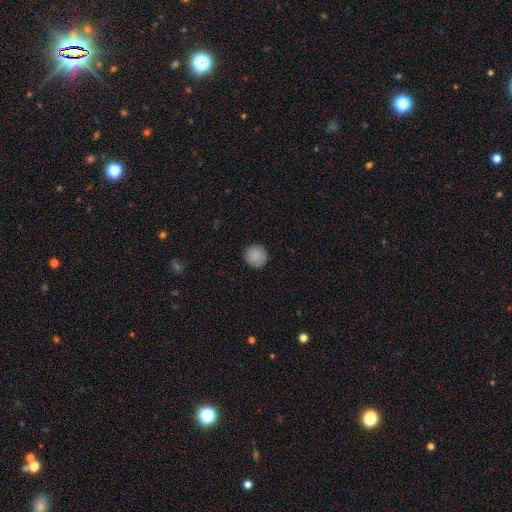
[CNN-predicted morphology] Q: Smooth or featured?
A: smooth (88%); runner-up: star or artifact (8%)
Q: How rounded?
A: round (94%); runner-up: in between (5%)
Q: Merging?
A: none (90%); runner-up: minor disturbance (7%)